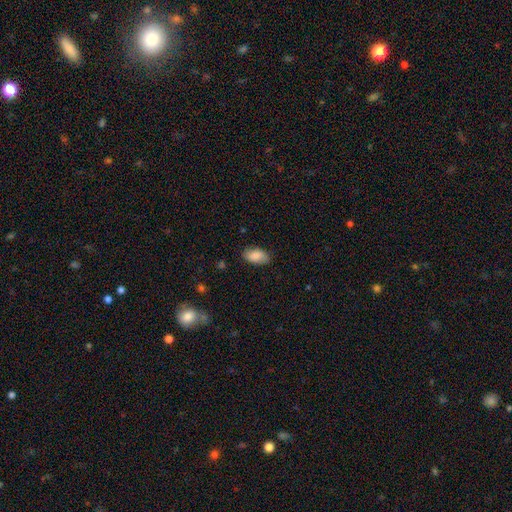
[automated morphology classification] A smooth galaxy with no disk features (85%) that is in between round and cigar-shaped (93%).

Vote fractions:
- Smooth or featured? smooth: 85% / featured or disk: 8% / star or artifact: 7%
- How rounded? in between: 93% / round: 4% / cigar-shaped: 3%
- Merging? none: 83% / minor disturbance: 13% / major disturbance: 3% / merger: 1%